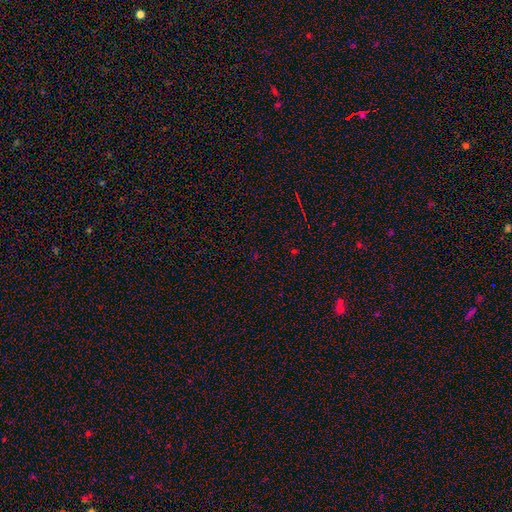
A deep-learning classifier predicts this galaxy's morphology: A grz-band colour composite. It shows a star or artifact, not a galaxy (68%).